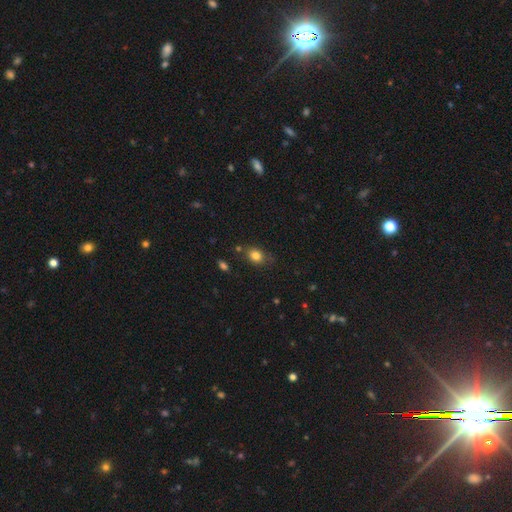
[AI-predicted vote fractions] smooth_or_featured: smooth (p=0.81) [alt: star or artifact p=0.11]
how_rounded: in between (p=0.51) [alt: round p=0.47]
merging: none (p=0.71) [alt: minor disturbance p=0.19]